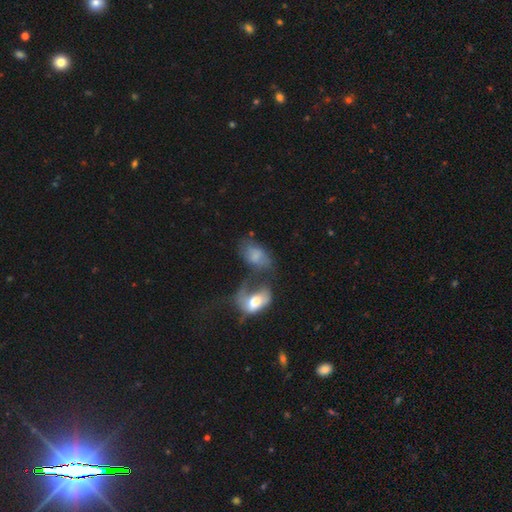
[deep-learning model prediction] Smooth or featured?
  - smooth: 62% *
  - featured or disk: 29%
  - star or artifact: 9%
How rounded?
  - in between: 90% *
  - round: 8%
  - cigar-shaped: 2%
Merging?
  - merger: 46% *
  - none: 21%
  - major disturbance: 18%
  - minor disturbance: 15%